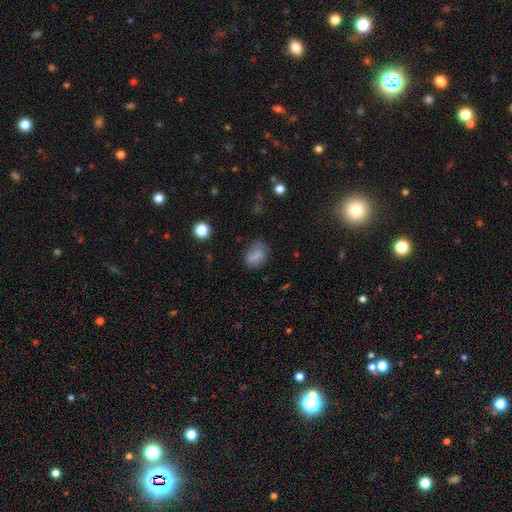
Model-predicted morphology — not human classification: smooth_or_featured: smooth (p=0.79) [alt: featured or disk p=0.11]
how_rounded: in between (p=0.75) [alt: round p=0.23]
merging: none (p=0.66) [alt: minor disturbance p=0.24]